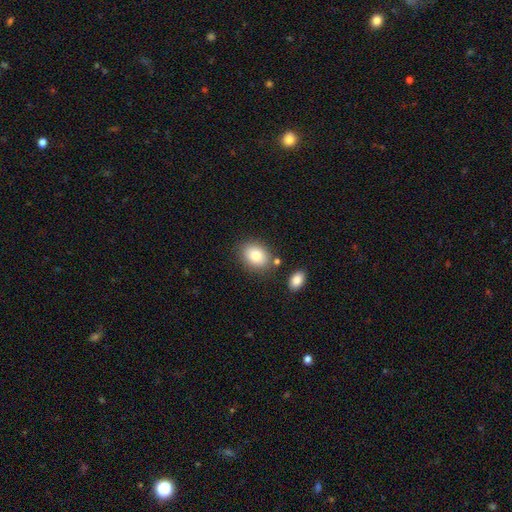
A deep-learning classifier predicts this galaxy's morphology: Smooth or featured? Predicted: smooth (p=0.81). How rounded? Predicted: in between (p=0.66). Merging? Predicted: none (p=0.76).